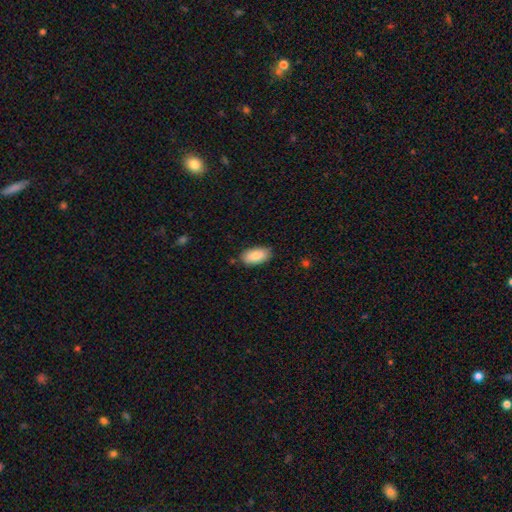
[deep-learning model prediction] smooth 88%, star or artifact 6%, featured or disk 6%. Down the decision tree: how rounded — in between (94%); merging — none (85%).